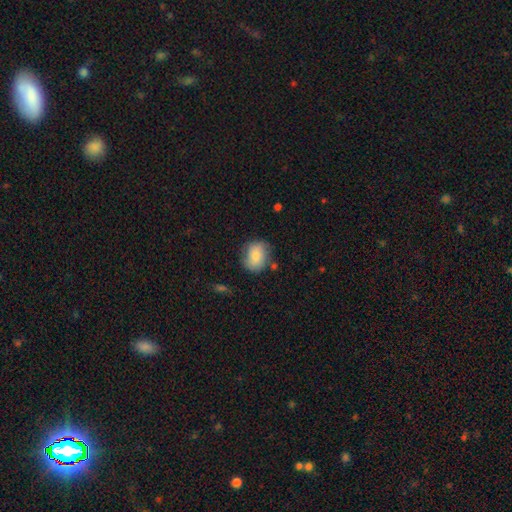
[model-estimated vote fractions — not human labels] Smooth or featured? smooth (78%)
How rounded? round (57%)
Merging? none (71%)